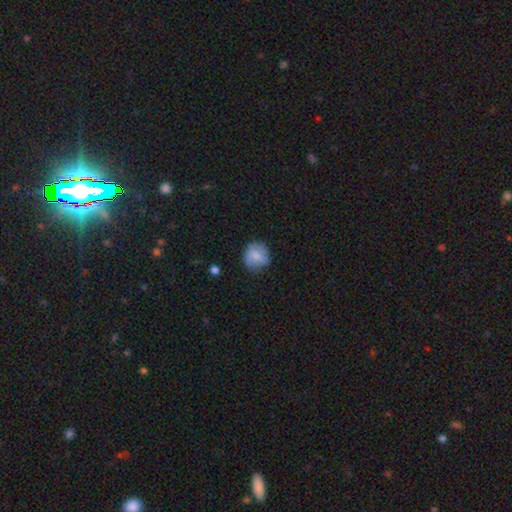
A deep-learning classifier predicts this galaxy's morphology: type=smooth (75%); roundness=round (86%); merging=none (70%).